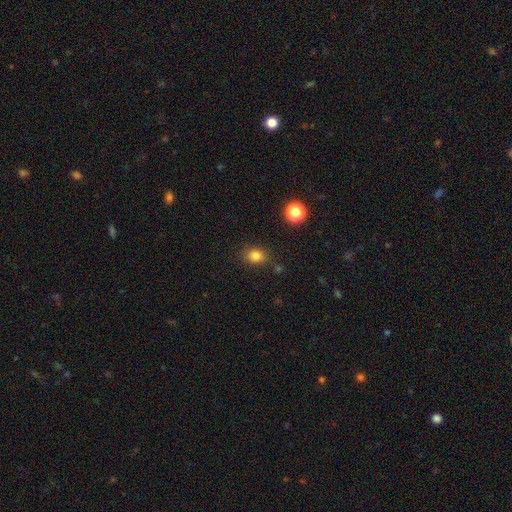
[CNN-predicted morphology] This appears to be a smooth galaxy with no disk features (80%) that is round (52%). Merging: none (81%).